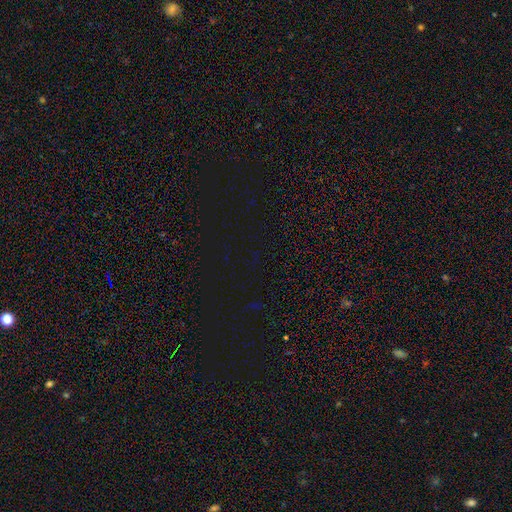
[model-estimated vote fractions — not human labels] smooth-or-featured: star or artifact: 78% | smooth: 16% | featured or disk: 7%